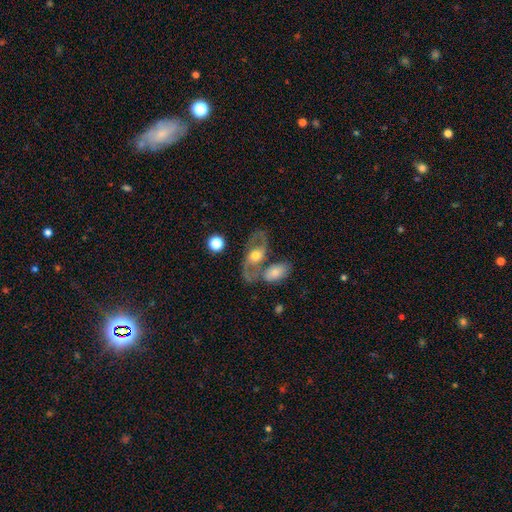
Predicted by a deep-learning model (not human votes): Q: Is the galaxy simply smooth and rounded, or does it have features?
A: featured or disk — 64%.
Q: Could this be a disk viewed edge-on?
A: no — 90%.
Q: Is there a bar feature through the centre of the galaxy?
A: no — 65%.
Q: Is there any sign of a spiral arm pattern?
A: yes — 71%.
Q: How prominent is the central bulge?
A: moderate — 61%.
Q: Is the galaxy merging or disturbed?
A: none — 49%.